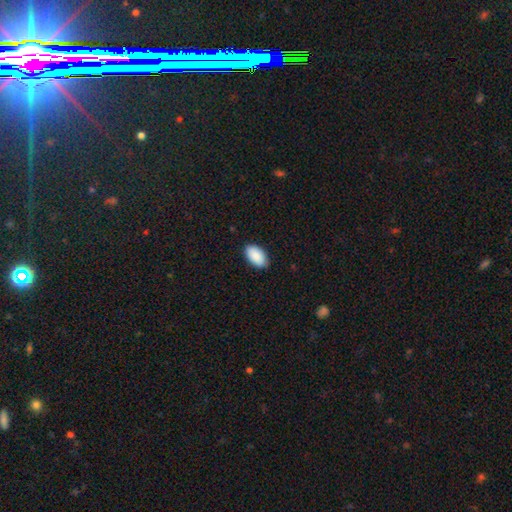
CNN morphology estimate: The model was most divided on "merging": none: 88%, minor disturbance: 9%, major disturbance: 2%, merger: 1%. More confident: how rounded — in between (96%); smooth or featured — smooth (91%).